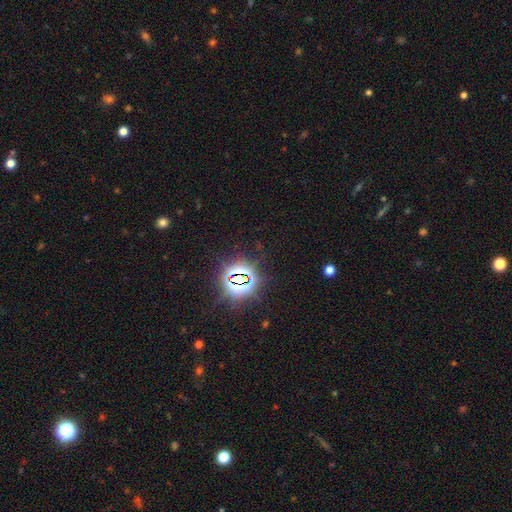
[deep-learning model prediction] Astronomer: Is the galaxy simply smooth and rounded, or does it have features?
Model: star or artifact — 84%.